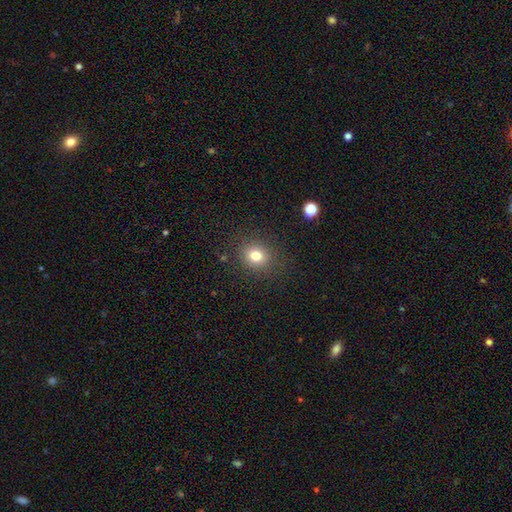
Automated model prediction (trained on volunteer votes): A smooth galaxy with no disk features (77%) that is round (77%).

Vote fractions:
- Smooth or featured? smooth: 77% / star or artifact: 14% / featured or disk: 8%
- How rounded? round: 77% / in between: 22% / cigar-shaped: 1%
- Merging? none: 87% / minor disturbance: 8% / major disturbance: 3% / merger: 1%